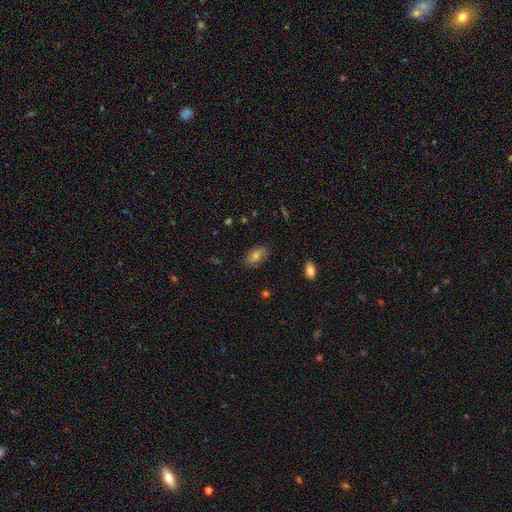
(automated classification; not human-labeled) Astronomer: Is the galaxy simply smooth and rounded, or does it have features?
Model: smooth — 70%.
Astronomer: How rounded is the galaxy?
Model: in between — 89%.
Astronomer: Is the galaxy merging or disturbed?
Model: none — 83%.